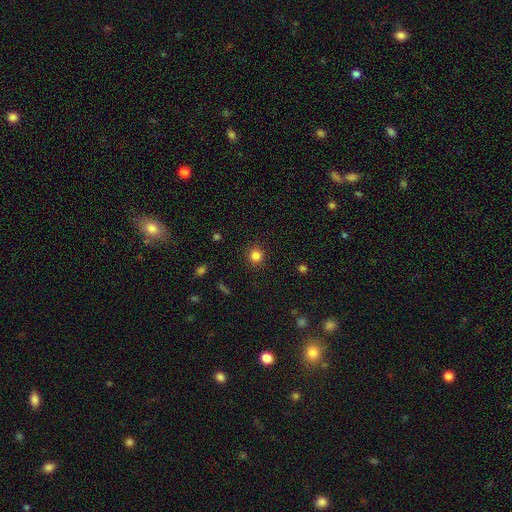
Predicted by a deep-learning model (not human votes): Smooth or featured: smooth — 84% (star or artifact — 12%)
How rounded: round — 93% (in between — 6%)
Merging: none — 91% (minor disturbance — 5%)